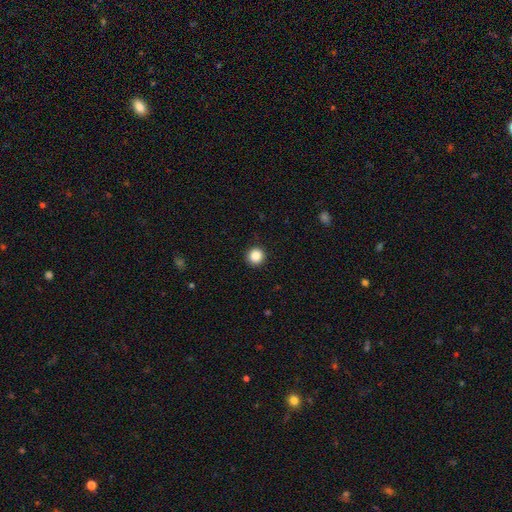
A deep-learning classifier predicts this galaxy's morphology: smooth_or_featured: smooth (p=0.87) [alt: star or artifact p=0.10]
how_rounded: round (p=0.95) [alt: in between p=0.04]
merging: none (p=0.93) [alt: minor disturbance p=0.05]